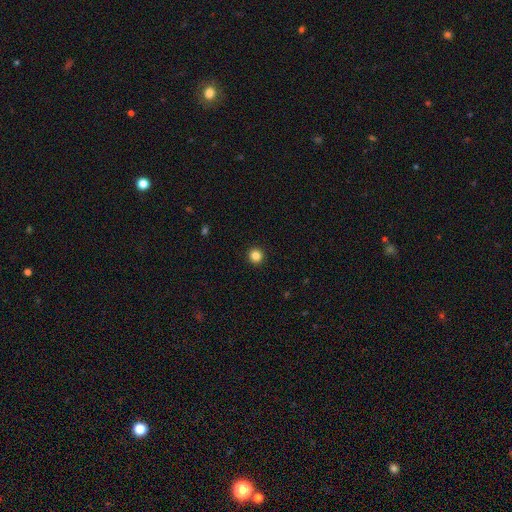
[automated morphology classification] The model was most divided on "smooth or featured": smooth: 85%, star or artifact: 11%, featured or disk: 4%. More confident: how rounded — round (94%); merging — none (94%).